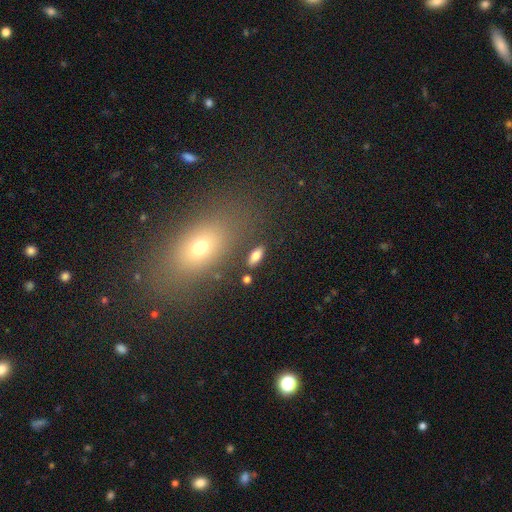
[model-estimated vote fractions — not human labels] Smooth or featured? Predicted: smooth (p=0.77). How rounded? Predicted: in between (p=0.82). Merging? Predicted: none (p=0.83).